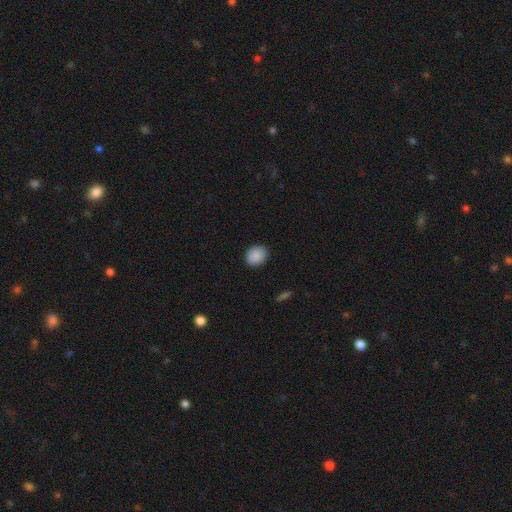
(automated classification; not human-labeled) Smooth or featured? smooth (89%)
How rounded? round (63%)
Merging? none (89%)